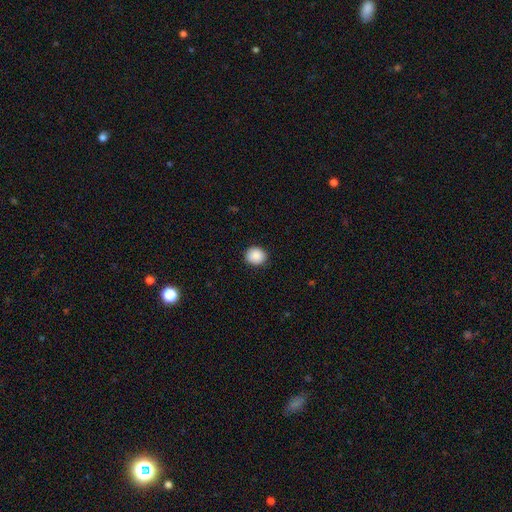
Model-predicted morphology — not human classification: Smooth or featured? smooth (89%)
How rounded? round (78%)
Merging? none (89%)